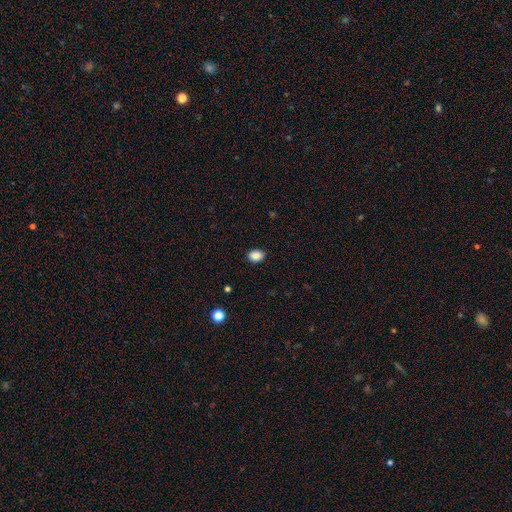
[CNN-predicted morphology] smooth 88%, star or artifact 9%, featured or disk 3%. Down the decision tree: how rounded — in between (70%); merging — none (87%).